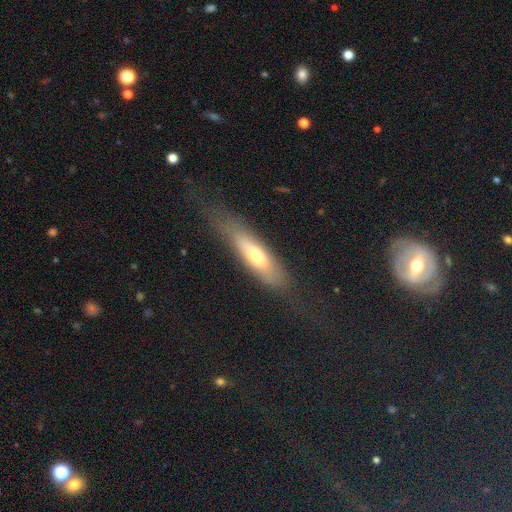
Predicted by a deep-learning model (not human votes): The model was most divided on "smooth or featured": smooth: 57%, featured or disk: 35%, star or artifact: 7%. More confident: merging — none (61%); how rounded — cigar-shaped (60%).